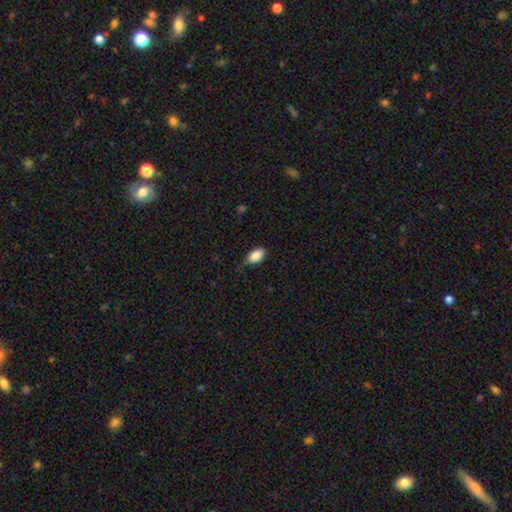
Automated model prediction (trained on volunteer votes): Q: Smooth or featured?
A: smooth (88%); runner-up: star or artifact (7%)
Q: How rounded?
A: in between (91%); runner-up: round (7%)
Q: Merging?
A: none (62%); runner-up: minor disturbance (30%)